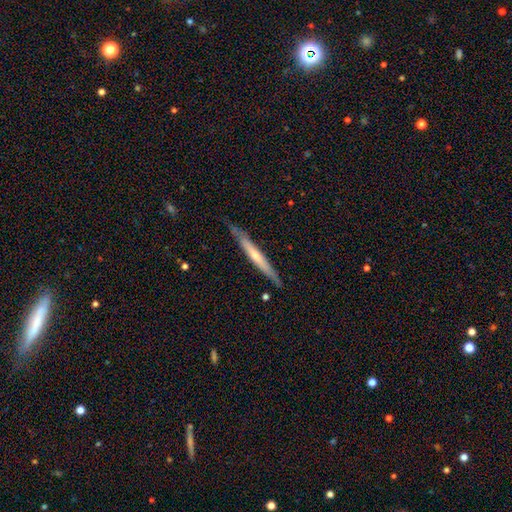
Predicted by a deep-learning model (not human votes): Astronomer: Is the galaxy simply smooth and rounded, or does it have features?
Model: featured or disk — 57% (runner-up: smooth, 38%).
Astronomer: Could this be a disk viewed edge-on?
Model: yes — 93%.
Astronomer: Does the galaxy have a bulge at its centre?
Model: none — 54% (runner-up: rounded, 41%).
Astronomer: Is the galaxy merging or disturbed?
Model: none — 82%.